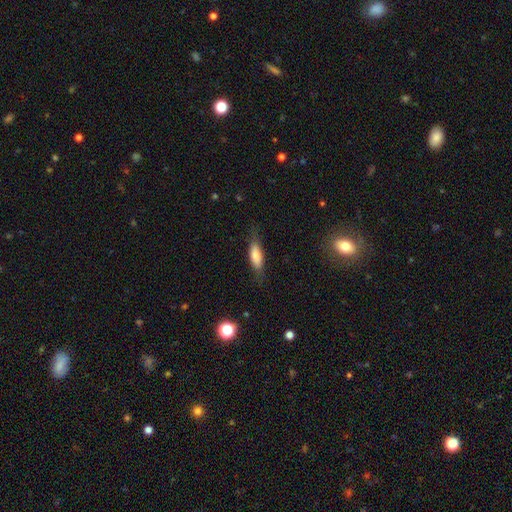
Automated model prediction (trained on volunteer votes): A smooth galaxy with no disk features (74%) that is in between round and cigar-shaped (59%).

Vote fractions:
- Smooth or featured? smooth: 74% / featured or disk: 18% / star or artifact: 7%
- How rounded? in between: 59% / cigar-shaped: 39% / round: 2%
- Merging? none: 73% / minor disturbance: 19% / major disturbance: 6% / merger: 1%